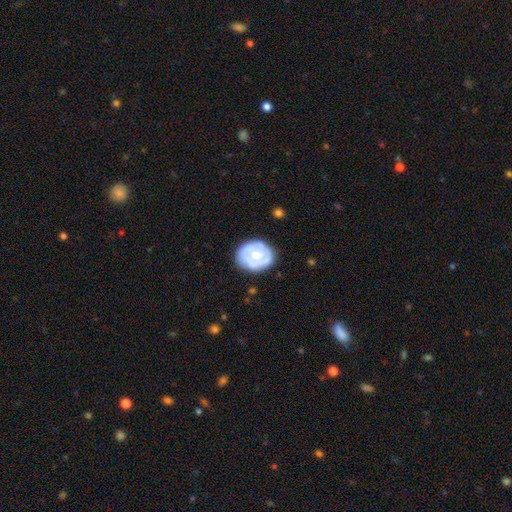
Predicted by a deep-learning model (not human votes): A featured or disk galaxy (54%) with no bar (77%), spiral arms (51%) and a moderate central bulge (52%). Merging: none (75%).